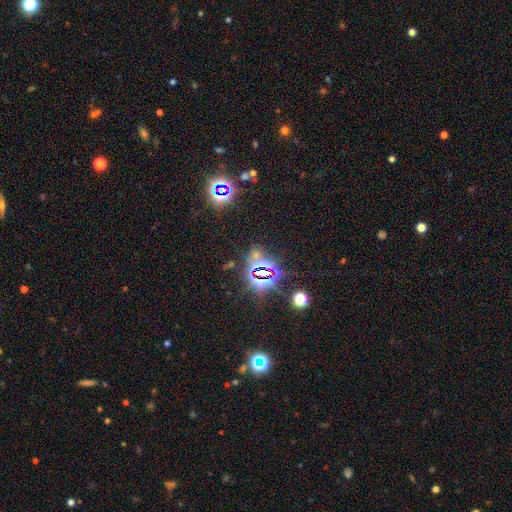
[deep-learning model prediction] Morphology: type=star or artifact (78%).